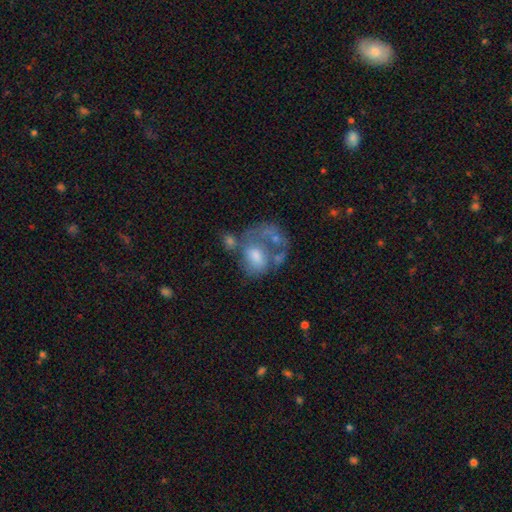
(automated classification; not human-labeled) This appears to be a featured or disk galaxy (49%). Merging: major disturbance (34%).